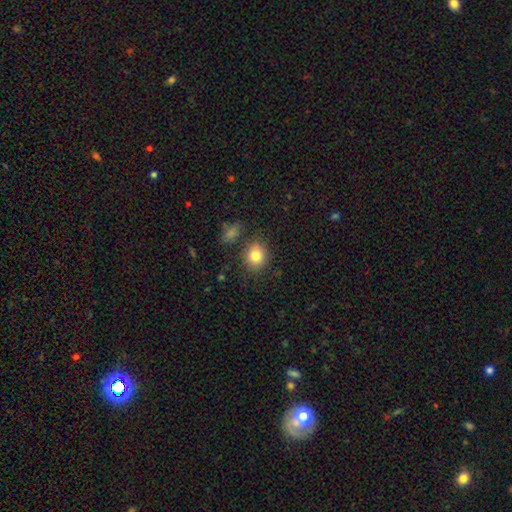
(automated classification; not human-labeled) Morphology: type=smooth (82%); roundness=round (68%); merging=none (81%).